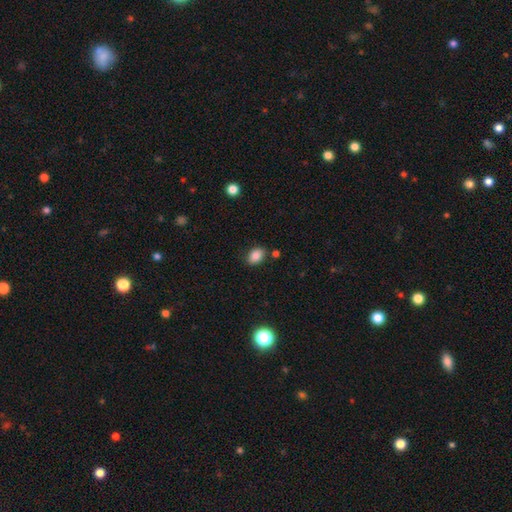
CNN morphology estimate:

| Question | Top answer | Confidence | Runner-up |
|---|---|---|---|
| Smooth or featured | smooth | 84% | star or artifact (9%) |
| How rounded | in between | 79% | round (20%) |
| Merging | none | 80% | minor disturbance (12%) |